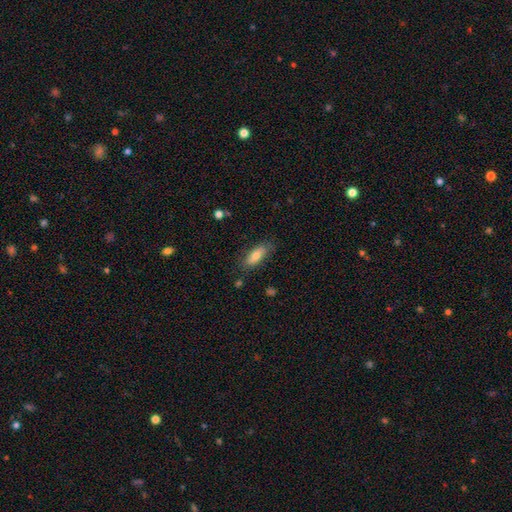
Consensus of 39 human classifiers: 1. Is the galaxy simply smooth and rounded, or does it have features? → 72% smooth, 21% featured or disk, 8% star or artifact.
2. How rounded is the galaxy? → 75% in between, 25% cigar-shaped, 0% round.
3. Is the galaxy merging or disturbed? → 75% none, 22% minor disturbance, 3% major disturbance, 0% merger.